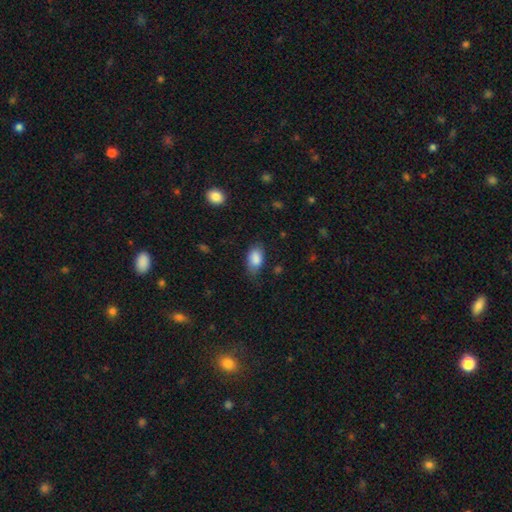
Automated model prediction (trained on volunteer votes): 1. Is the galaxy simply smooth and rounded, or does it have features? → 87% smooth, 7% star or artifact, 7% featured or disk.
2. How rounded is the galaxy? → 92% in between, 5% round, 3% cigar-shaped.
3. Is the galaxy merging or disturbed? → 64% none, 27% minor disturbance, 7% major disturbance, 2% merger.